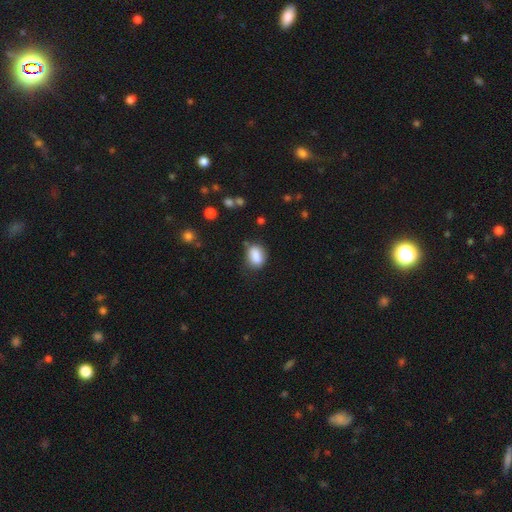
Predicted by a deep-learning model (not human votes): smooth_or_featured: smooth (p=0.86) [alt: star or artifact p=0.08]
how_rounded: in between (p=0.73) [alt: round p=0.25]
merging: none (p=0.68) [alt: minor disturbance p=0.23]